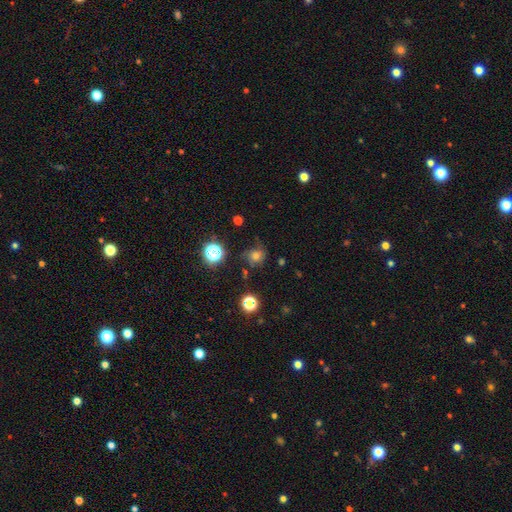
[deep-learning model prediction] This appears to be a smooth galaxy with no disk features (53%) that is round (78%). Merging: none (61%).